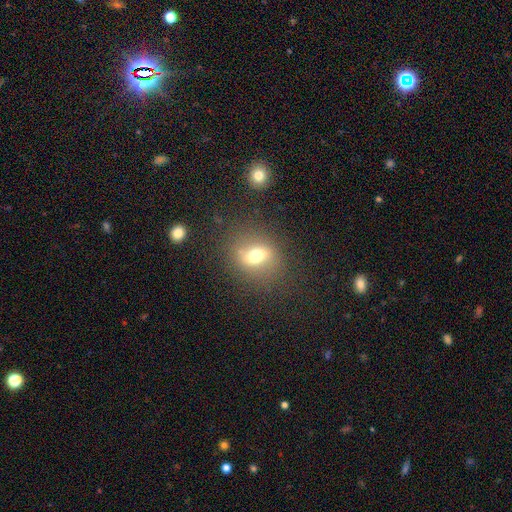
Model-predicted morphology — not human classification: This is likely a smooth galaxy (60%). How rounded: possibly round (54%). Merging: likely none (77%).